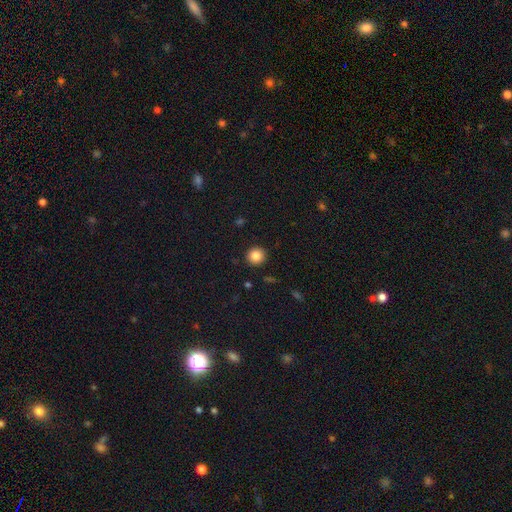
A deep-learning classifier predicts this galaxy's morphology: The model was most divided on "smooth or featured": smooth: 85%, star or artifact: 10%, featured or disk: 5%. More confident: how rounded — round (93%); merging — none (92%).